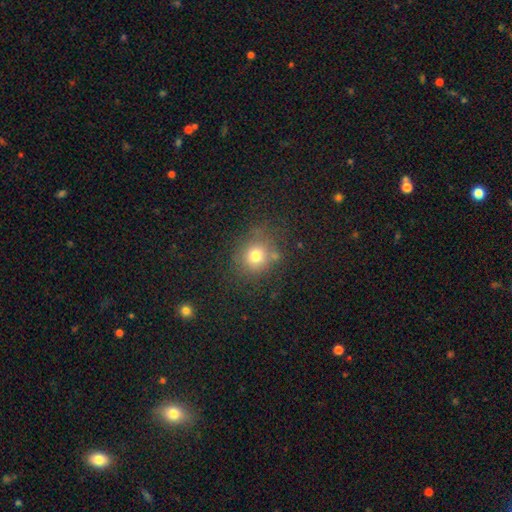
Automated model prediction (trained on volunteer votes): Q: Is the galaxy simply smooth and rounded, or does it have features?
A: smooth — 74%.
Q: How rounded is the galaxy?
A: round — 83%.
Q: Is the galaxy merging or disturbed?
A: none — 74%.